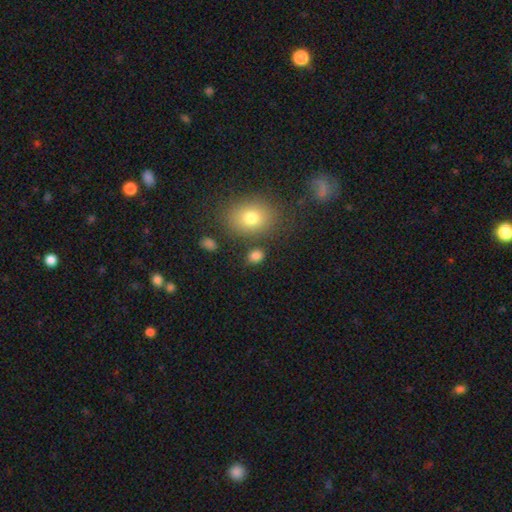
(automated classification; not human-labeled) Smooth or featured: smooth — 81% (star or artifact — 13%)
How rounded: in between — 58% (round — 40%)
Merging: none — 78% (minor disturbance — 11%)